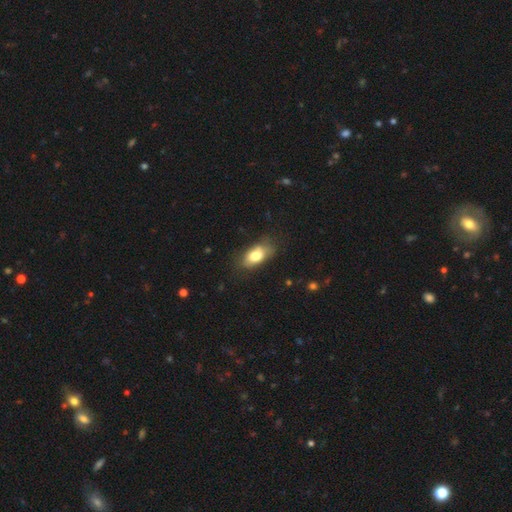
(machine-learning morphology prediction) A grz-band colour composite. It shows a smooth galaxy with no disk features (76%) that is in between round and cigar-shaped (89%). Merging: none (65%).